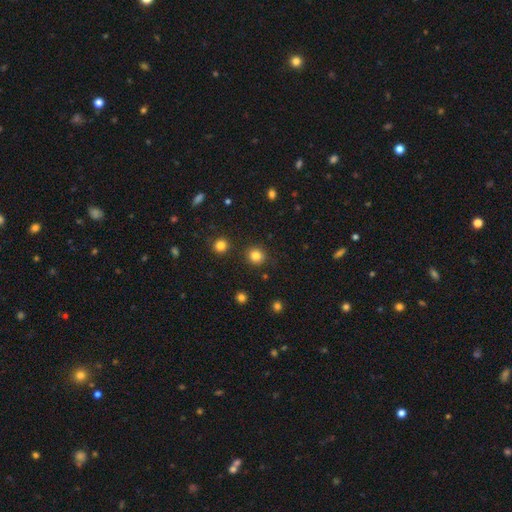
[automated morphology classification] Overall: smooth (83%). How rounded: round (93%). Merging: none (90%).